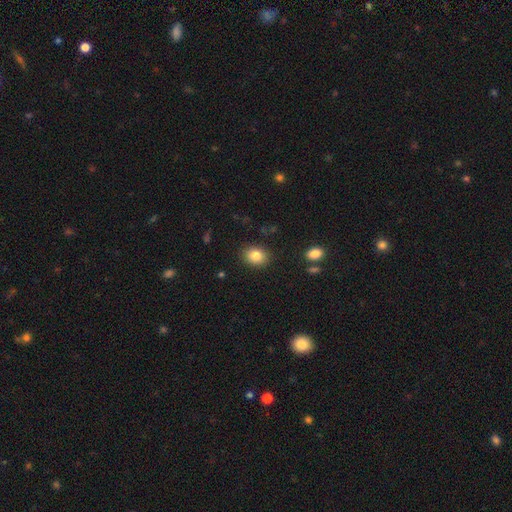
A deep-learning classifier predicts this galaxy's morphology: Smooth or featured? Predicted: smooth (p=0.84). How rounded? Predicted: in between (p=0.53). Merging? Predicted: none (p=0.88).